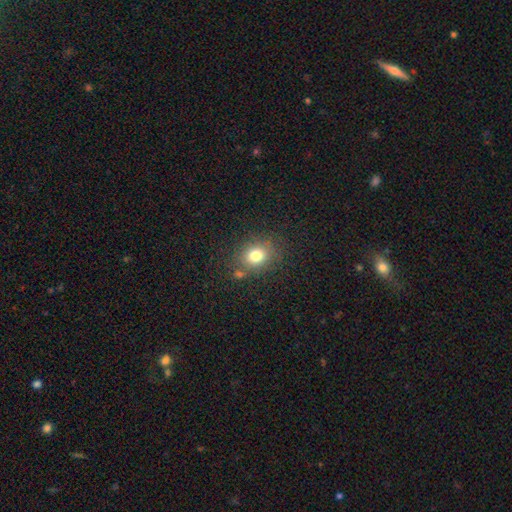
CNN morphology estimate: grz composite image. It shows a smooth galaxy with no disk features (77%) that is round (57%). Merging: none (75%).